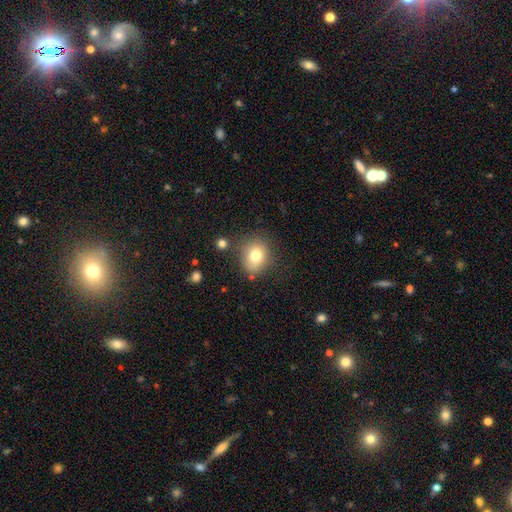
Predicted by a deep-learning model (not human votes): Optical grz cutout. It shows a smooth galaxy with no disk features (76%) that is round (70%). Merging: none (76%).